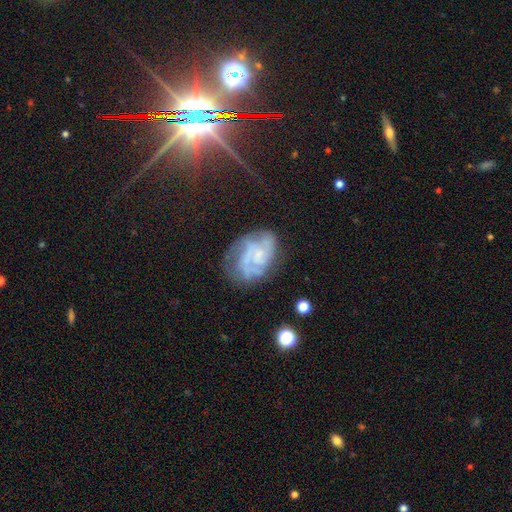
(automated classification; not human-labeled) featured or disk 74%, smooth 17%, star or artifact 10%. Down the decision tree: edge-on disk — no (98%); bar — no (70%); spiral arms — yes (86%); spiral arm count — can't tell (33%); spiral winding — tight (45%); bulge size — small (46%); merging — none (57%).